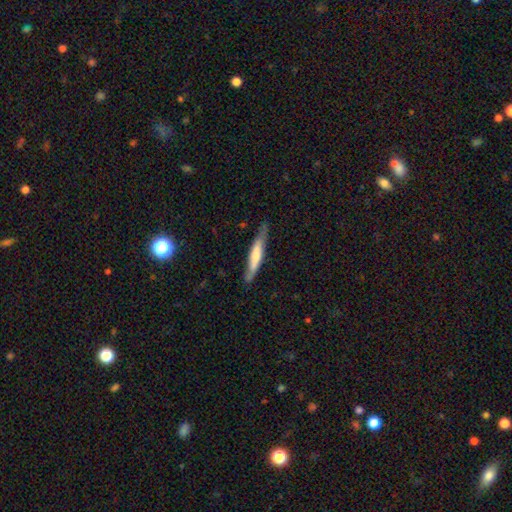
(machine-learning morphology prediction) smooth 55%, featured or disk 40%, star or artifact 5%. Down the decision tree: how rounded — cigar-shaped (90%); merging — none (71%).